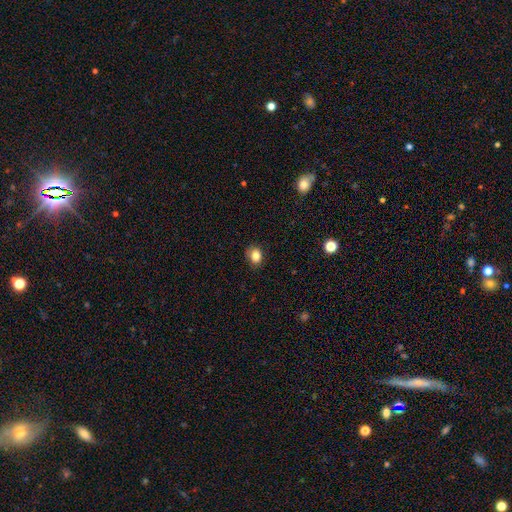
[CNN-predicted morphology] A smooth galaxy with no disk features (83%) that is round (50%). Merging: none (80%).